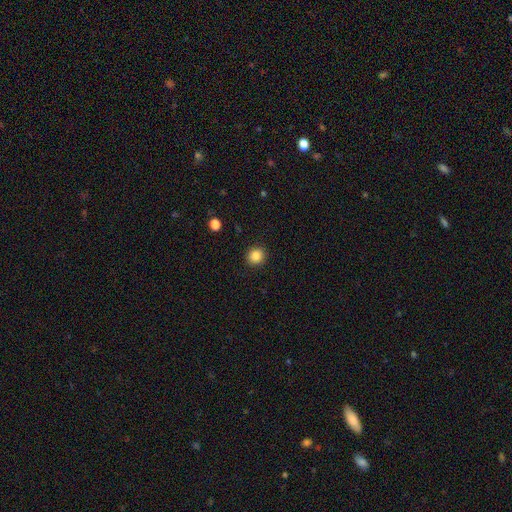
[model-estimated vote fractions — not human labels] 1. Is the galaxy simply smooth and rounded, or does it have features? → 86% smooth, 10% star or artifact, 4% featured or disk.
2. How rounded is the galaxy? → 85% round, 14% in between, 1% cigar-shaped.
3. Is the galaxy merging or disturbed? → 91% none, 6% minor disturbance, 2% major disturbance, 1% merger.